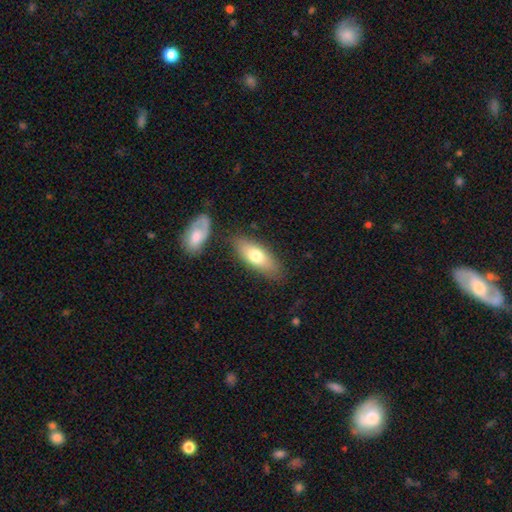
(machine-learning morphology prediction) This is likely a smooth galaxy (70%). How rounded: likely in between (73%). Merging: likely none (78%).